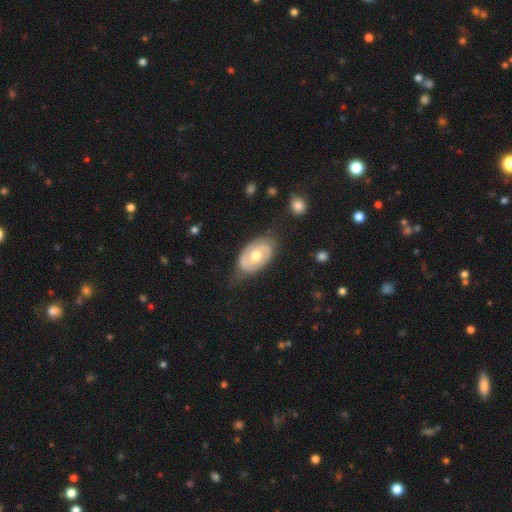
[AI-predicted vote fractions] Smooth or featured? featured or disk (60%)
Edge-on disk? no (94%)
Bar? no (72%)
Spiral arms? yes (54%)
Bulge size? moderate (75%)
Merging? none (58%)